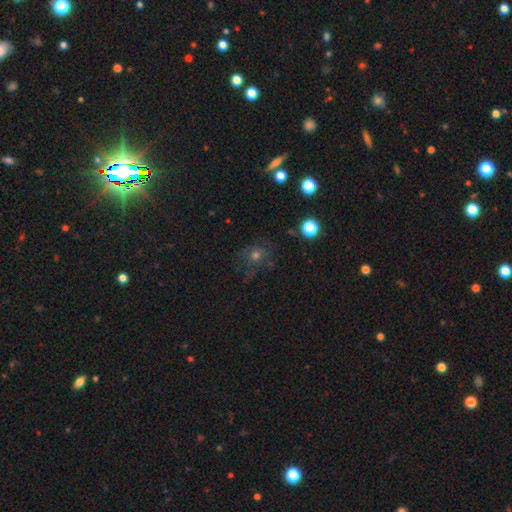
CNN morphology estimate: A smooth galaxy with no disk features (45%).

Vote fractions:
- Smooth or featured? smooth: 45% / star or artifact: 29% / featured or disk: 26%
- Merging? none: 69% / minor disturbance: 17% / major disturbance: 12% / merger: 2%